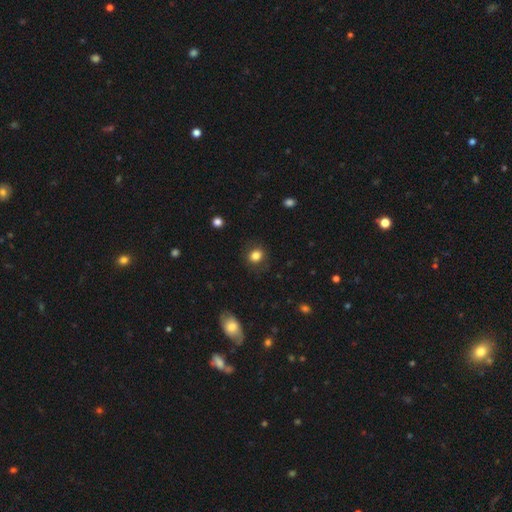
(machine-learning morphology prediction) Smooth or featured? smooth (83%)
How rounded? round (66%)
Merging? none (82%)